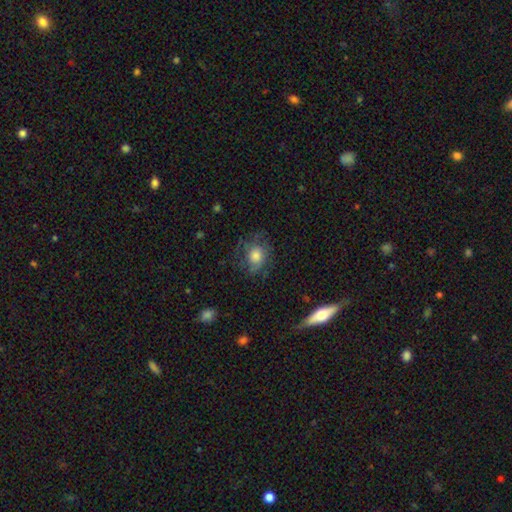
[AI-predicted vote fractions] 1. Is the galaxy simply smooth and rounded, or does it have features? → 55% smooth, 34% featured or disk, 11% star or artifact.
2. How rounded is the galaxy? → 65% round, 34% in between, 2% cigar-shaped.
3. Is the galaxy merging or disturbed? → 62% none, 21% minor disturbance, 15% major disturbance, 2% merger.